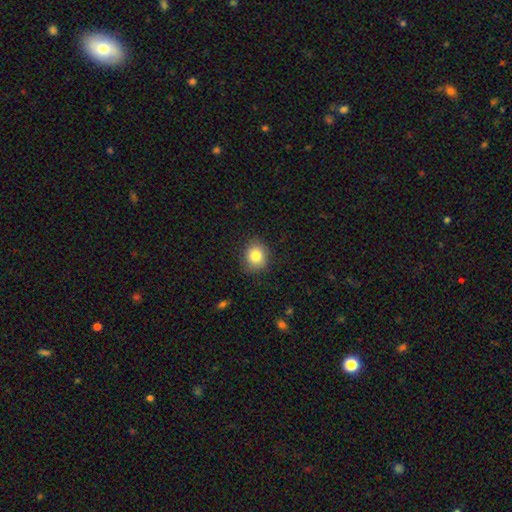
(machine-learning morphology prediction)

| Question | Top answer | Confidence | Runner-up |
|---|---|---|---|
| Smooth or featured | smooth | 82% | star or artifact (10%) |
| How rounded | round | 72% | in between (27%) |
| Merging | none | 83% | minor disturbance (13%) |